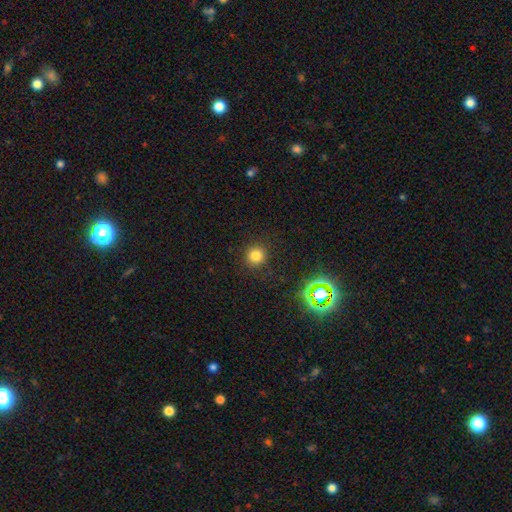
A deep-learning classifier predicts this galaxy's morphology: A smooth galaxy with no disk features (78%) that is round (93%). Merging: none (90%).